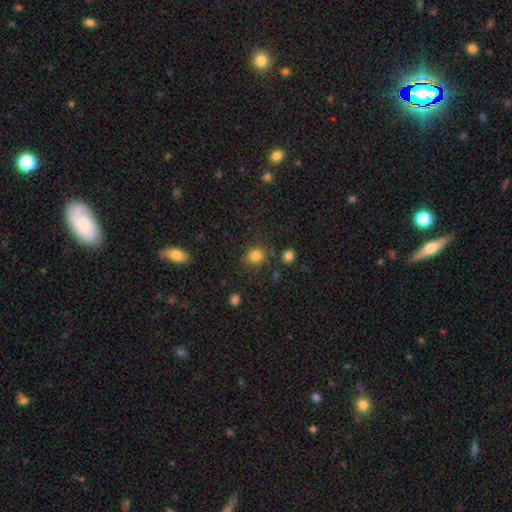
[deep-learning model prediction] smooth-or-featured: smooth: 83% | star or artifact: 12% | featured or disk: 5%
  how-rounded: round: 82% | in between: 18% | cigar-shaped: 1%
  merging: none: 79% | minor disturbance: 12% | merger: 5% | major disturbance: 4%